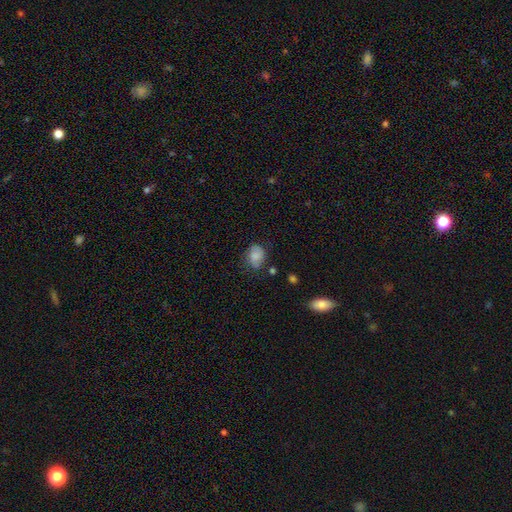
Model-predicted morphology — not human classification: Smooth or featured?
  - smooth: 76% *
  - featured or disk: 15%
  - star or artifact: 9%
How rounded?
  - in between: 63% *
  - round: 36%
  - cigar-shaped: 1%
Merging?
  - none: 63% *
  - minor disturbance: 26%
  - major disturbance: 8%
  - merger: 3%